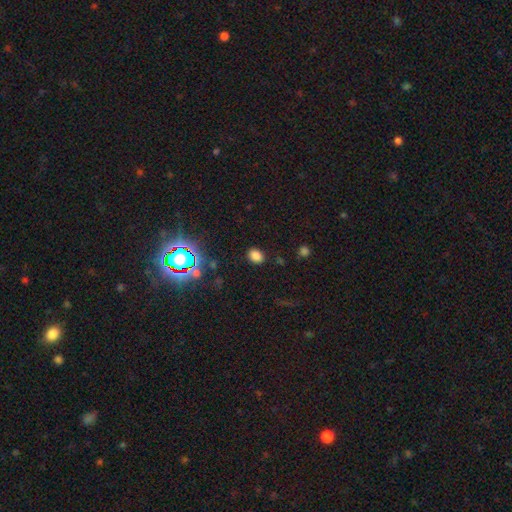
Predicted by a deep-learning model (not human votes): The model was most divided on "how rounded": in between: 61%, round: 38%, cigar-shaped: 1%. More confident: merging — none (86%); smooth or featured — smooth (78%).